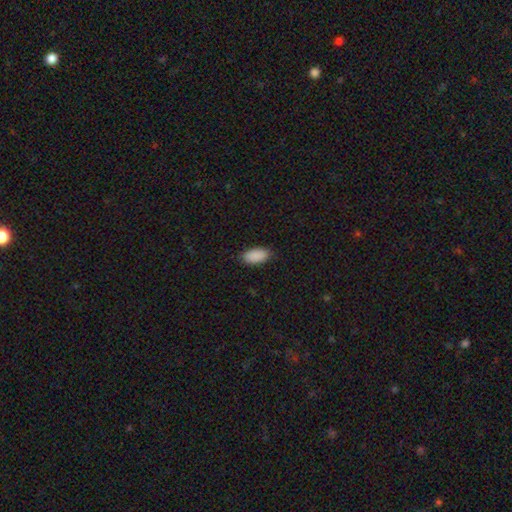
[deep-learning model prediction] Smooth or featured?
  - smooth: 90% *
  - star or artifact: 7%
  - featured or disk: 3%
How rounded?
  - in between: 94% *
  - cigar-shaped: 4%
  - round: 2%
Merging?
  - none: 86% *
  - minor disturbance: 11%
  - major disturbance: 2%
  - merger: 1%